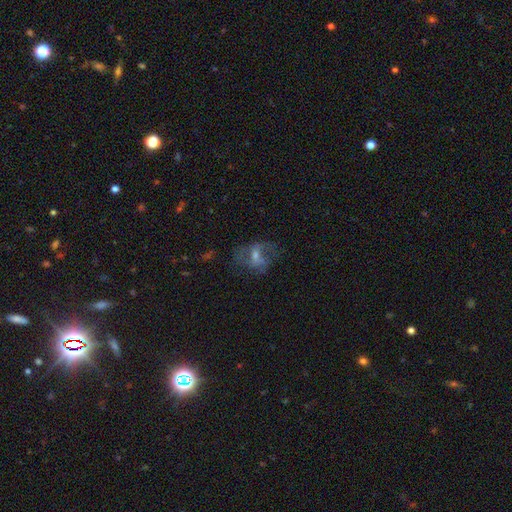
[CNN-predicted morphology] Smooth or featured?
  - featured or disk: 62% *
  - smooth: 24%
  - star or artifact: 14%
Edge-on disk?
  - no: 95% *
  - yes: 5%
Bar?
  - weak: 45% *
  - no: 40%
  - strong: 16%
Spiral arms?
  - yes: 68% *
  - no: 32%
Bulge size?
  - small: 43% *
  - moderate: 42%
  - none: 10%
  - large: 4%
  - dominant: 1%
Merging?
  - none: 56% *
  - major disturbance: 22%
  - minor disturbance: 20%
  - merger: 2%